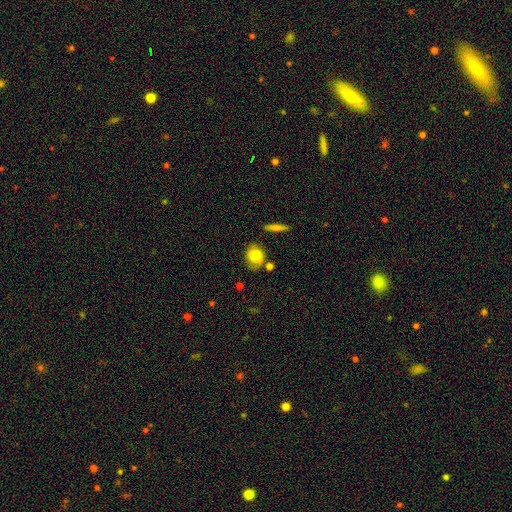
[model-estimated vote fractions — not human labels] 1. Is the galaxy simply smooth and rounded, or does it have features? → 72% smooth, 20% featured or disk, 9% star or artifact.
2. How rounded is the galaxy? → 54% round, 44% in between, 2% cigar-shaped.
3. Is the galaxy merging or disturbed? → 62% none, 23% minor disturbance, 8% major disturbance, 7% merger.